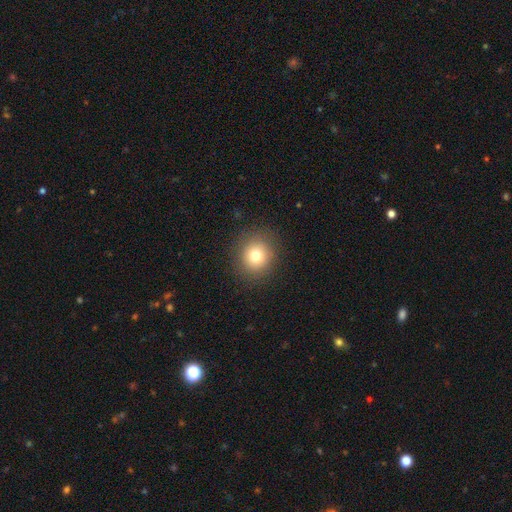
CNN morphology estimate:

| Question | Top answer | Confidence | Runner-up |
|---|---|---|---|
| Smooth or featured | smooth | 78% | star or artifact (12%) |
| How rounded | round | 85% | in between (14%) |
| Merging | none | 88% | minor disturbance (7%) |